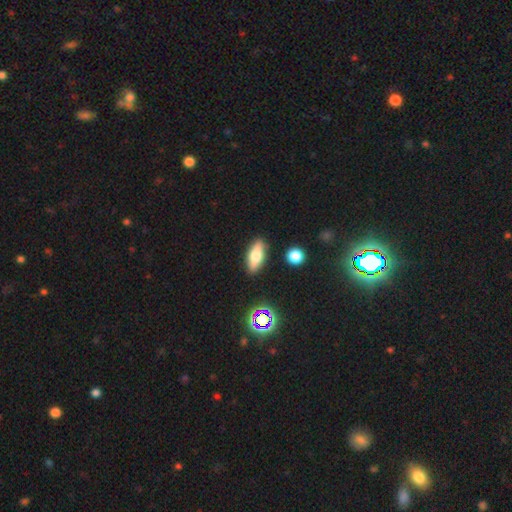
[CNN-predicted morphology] type=smooth (65%); roundness=in between (66%); merging=none (86%).